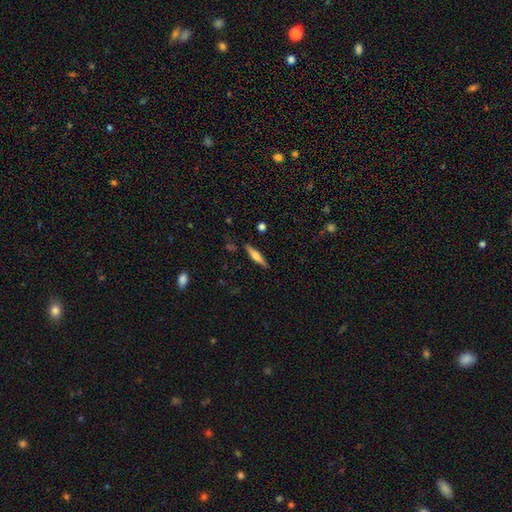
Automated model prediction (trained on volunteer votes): A featured or disk galaxy (48%). Merging: none (87%).